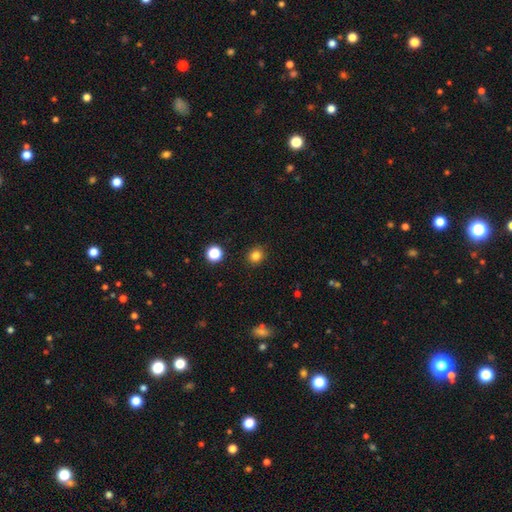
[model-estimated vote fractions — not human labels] This is clearly a smooth galaxy (82%). How rounded: clearly round (86%). Merging: clearly none (90%).